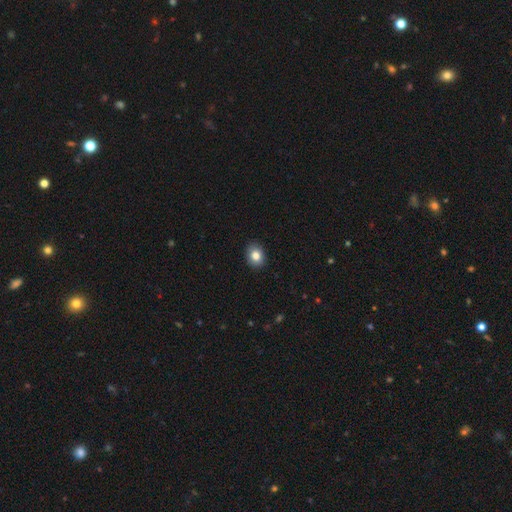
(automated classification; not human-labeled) Smooth or featured: smooth — 83% (star or artifact — 9%)
How rounded: in between — 51% (round — 48%)
Merging: none — 90% (minor disturbance — 7%)